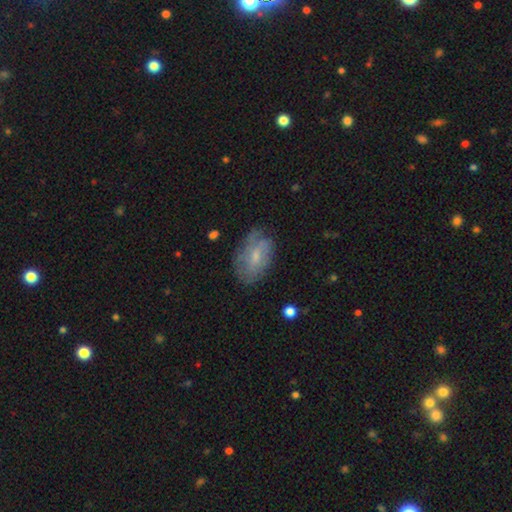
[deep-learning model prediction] The model was most divided on "smooth or featured": smooth: 48%, featured or disk: 44%, star or artifact: 8%. More confident: merging — none (62%).